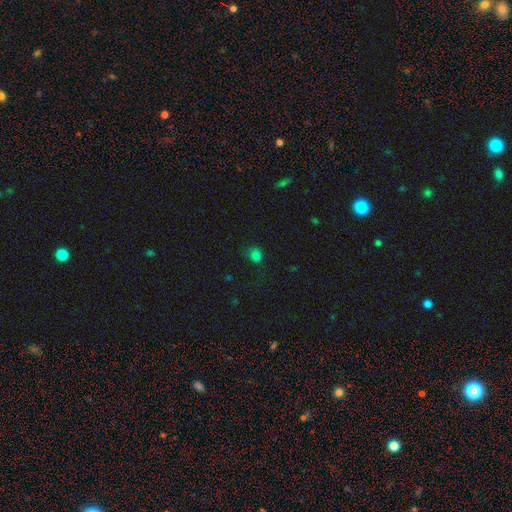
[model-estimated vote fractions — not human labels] Morphology: type=smooth (76%); roundness=round (68%); merging=none (69%).